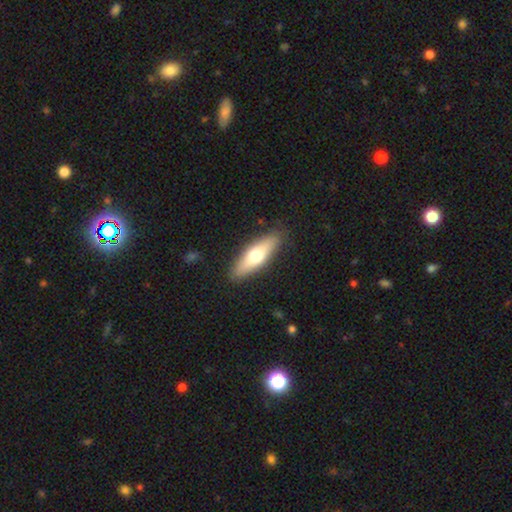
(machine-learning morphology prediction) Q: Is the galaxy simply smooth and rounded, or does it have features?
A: smooth — 61%.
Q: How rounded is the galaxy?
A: cigar-shaped — 50%.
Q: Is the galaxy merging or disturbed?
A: none — 88%.